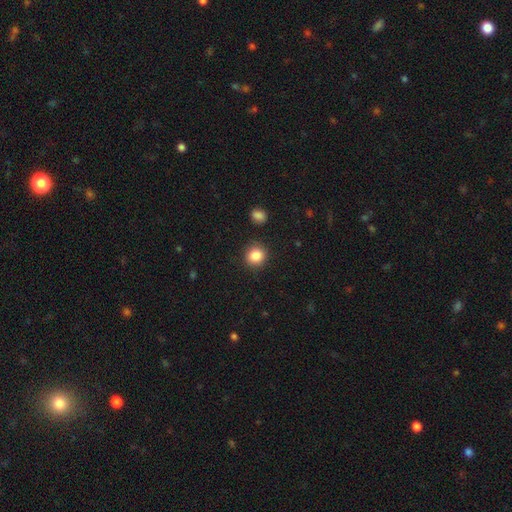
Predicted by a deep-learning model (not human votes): A smooth galaxy with no disk features (86%) that is round (89%).

Vote fractions:
- Smooth or featured? smooth: 86% / star or artifact: 10% / featured or disk: 4%
- How rounded? round: 89% / in between: 10% / cigar-shaped: 1%
- Merging? none: 88% / minor disturbance: 7% / major disturbance: 2% / merger: 2%